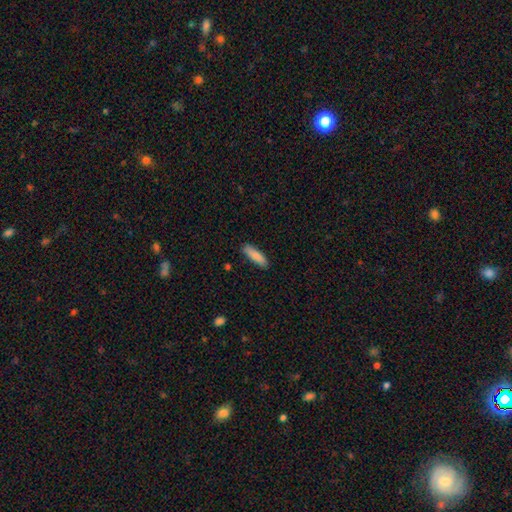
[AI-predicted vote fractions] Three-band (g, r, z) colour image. It shows a smooth galaxy with no disk features (86%) that is cigar-shaped (61%). Merging: none (86%).